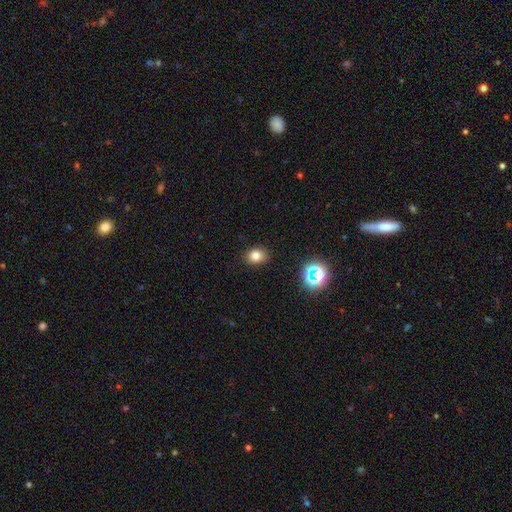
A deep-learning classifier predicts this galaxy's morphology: The model was most divided on "how rounded": in between: 54%, round: 45%, cigar-shaped: 1%. More confident: merging — none (87%); smooth or featured — smooth (78%).